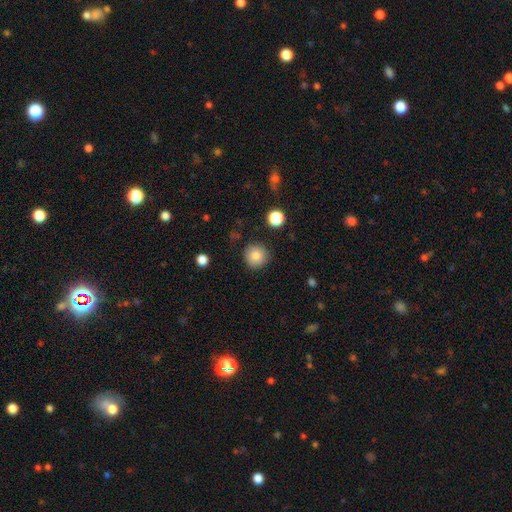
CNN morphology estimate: Smooth or featured? Predicted: smooth (p=0.84). How rounded? Predicted: round (p=0.94). Merging? Predicted: none (p=0.88).